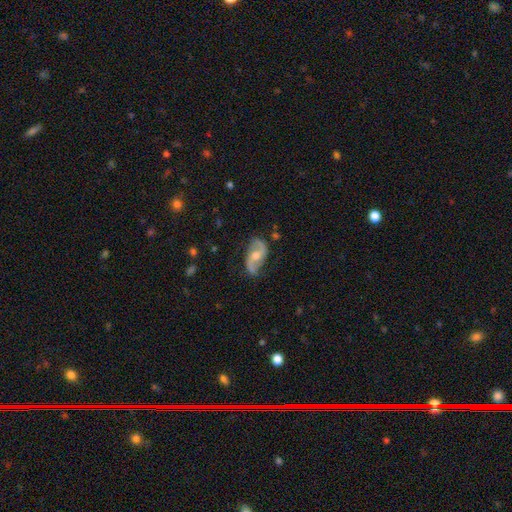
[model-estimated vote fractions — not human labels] Smooth or featured? featured or disk (85%)
Edge-on disk? no (96%)
Bar? no (53%)
Spiral arms? yes (95%)
Spiral winding? loose (45%)
Spiral arm count? 2 (92%)
Bulge size? moderate (66%)
Merging? none (77%)